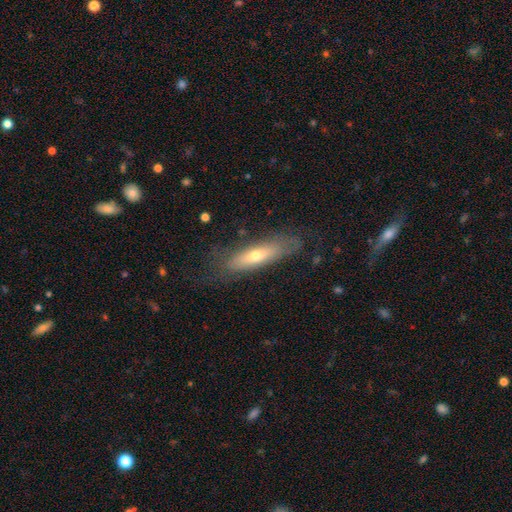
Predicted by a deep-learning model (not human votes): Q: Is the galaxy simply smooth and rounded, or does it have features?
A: featured or disk — 46%.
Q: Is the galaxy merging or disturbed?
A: none — 72%.